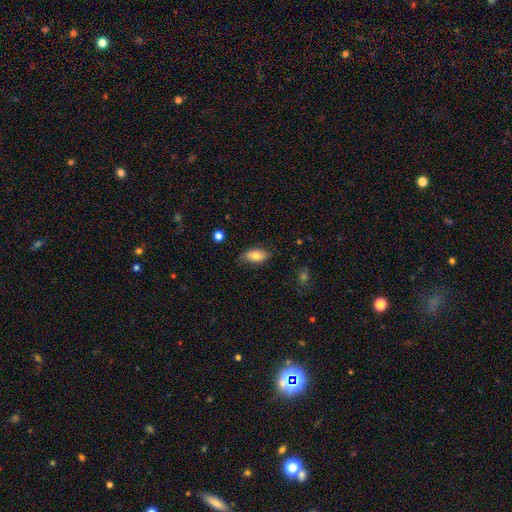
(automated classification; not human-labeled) smooth-or-featured: smooth: 77% | featured or disk: 15% | star or artifact: 7%
  how-rounded: in between: 91% | cigar-shaped: 6% | round: 4%
  merging: none: 76% | minor disturbance: 19% | major disturbance: 3% | merger: 1%